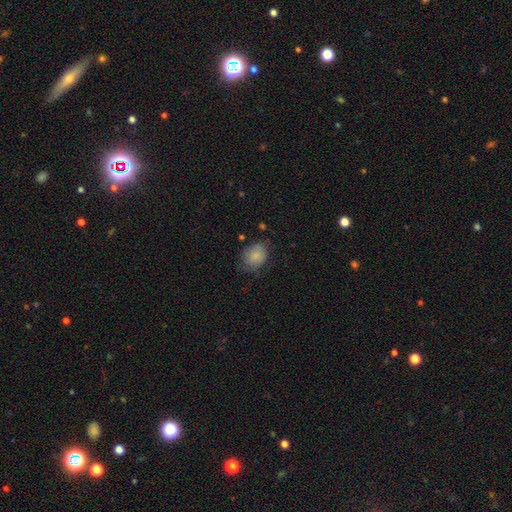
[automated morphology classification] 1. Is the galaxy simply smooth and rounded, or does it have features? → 83% smooth, 9% featured or disk, 7% star or artifact.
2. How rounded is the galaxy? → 62% in between, 37% round, 1% cigar-shaped.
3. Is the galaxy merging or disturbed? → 62% none, 29% minor disturbance, 7% major disturbance, 2% merger.